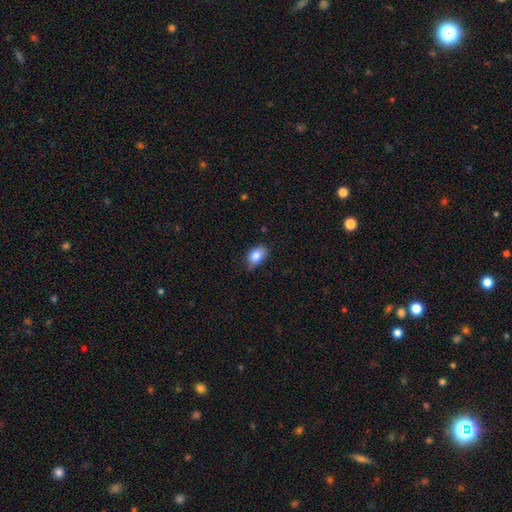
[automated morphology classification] Smooth or featured: smooth — 82% (featured or disk — 9%)
How rounded: in between — 83% (round — 15%)
Merging: none — 66% (minor disturbance — 28%)